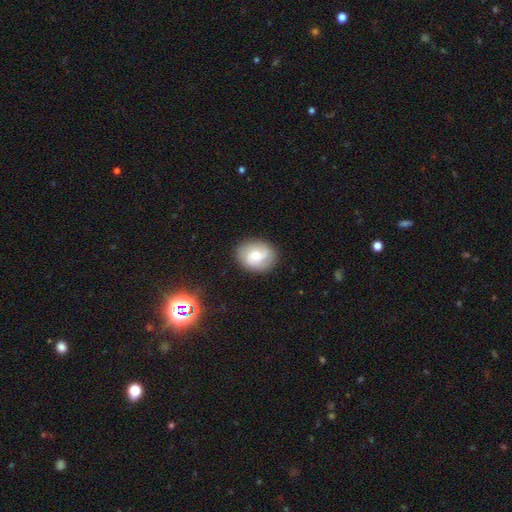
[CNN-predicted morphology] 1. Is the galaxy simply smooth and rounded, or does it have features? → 54% featured or disk, 38% smooth, 8% star or artifact.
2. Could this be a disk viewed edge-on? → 97% no, 3% yes.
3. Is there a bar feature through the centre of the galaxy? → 59% no, 34% weak, 7% strong.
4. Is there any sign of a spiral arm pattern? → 85% yes, 15% no.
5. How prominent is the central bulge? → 61% moderate, 32% small, 4% large, 1% none, 1% dominant.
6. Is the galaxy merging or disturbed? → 85% none, 10% minor disturbance, 3% major disturbance, 1% merger.